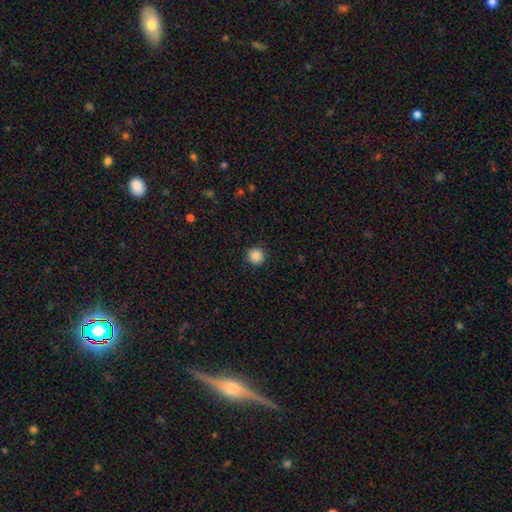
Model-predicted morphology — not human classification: smooth 87%, star or artifact 10%, featured or disk 3%. Down the decision tree: how rounded — round (94%); merging — none (91%).